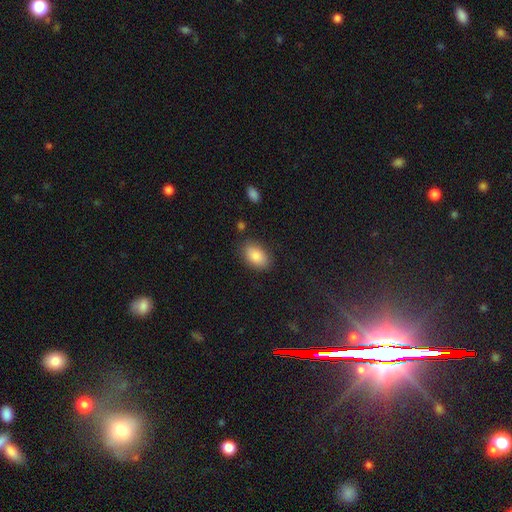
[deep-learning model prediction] Morphology: type=smooth (86%); roundness=in between (91%); merging=none (83%).